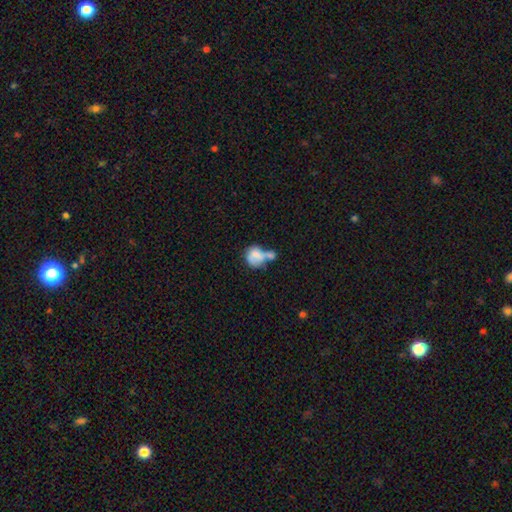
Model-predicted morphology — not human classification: Smooth or featured? smooth (62%)
How rounded? in between (51%)
Merging? merger (57%)